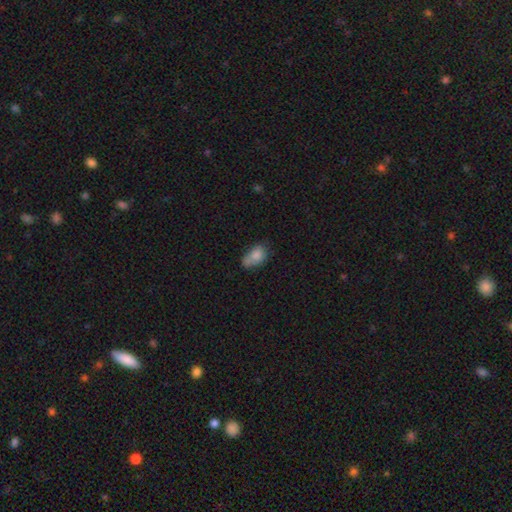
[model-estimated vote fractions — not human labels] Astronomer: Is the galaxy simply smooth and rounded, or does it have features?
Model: smooth — 79%.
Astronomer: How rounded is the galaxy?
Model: in between — 85%.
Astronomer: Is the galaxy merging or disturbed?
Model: none — 39% (runner-up: minor disturbance, 34%).